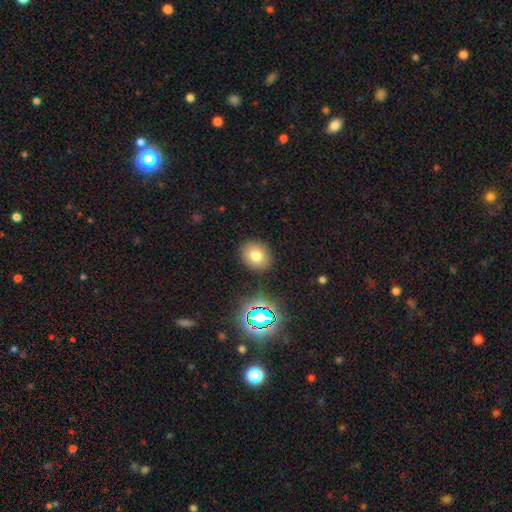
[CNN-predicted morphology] Smooth or featured: smooth — 75% (star or artifact — 14%)
How rounded: round — 52% (in between — 47%)
Merging: none — 87% (minor disturbance — 8%)